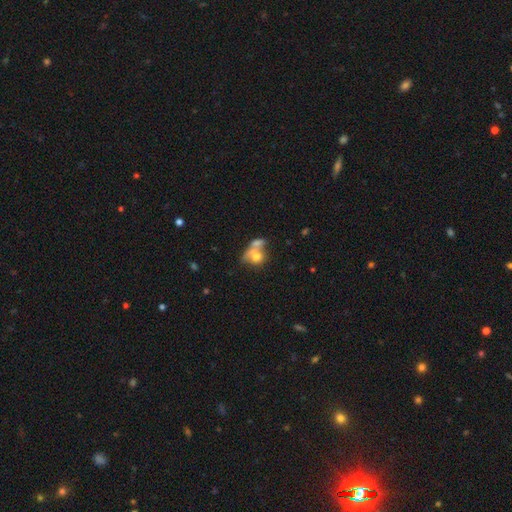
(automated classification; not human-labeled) A smooth galaxy with no disk features (66%) that is round (58%). Merging: merger (55%).